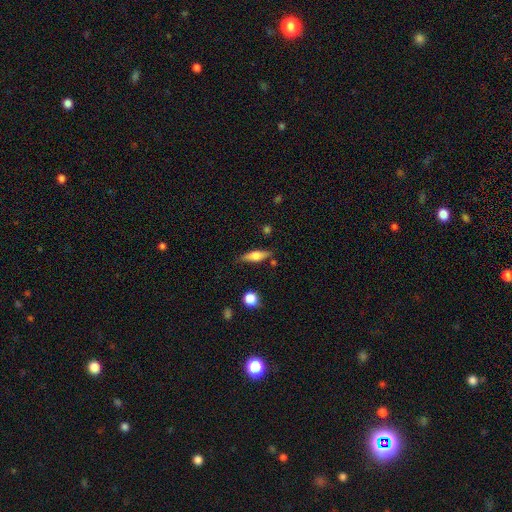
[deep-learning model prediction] Overall: smooth (56%; featured or disk 37%). How rounded: cigar-shaped (50%; in between 47%). Merging: none (79%).